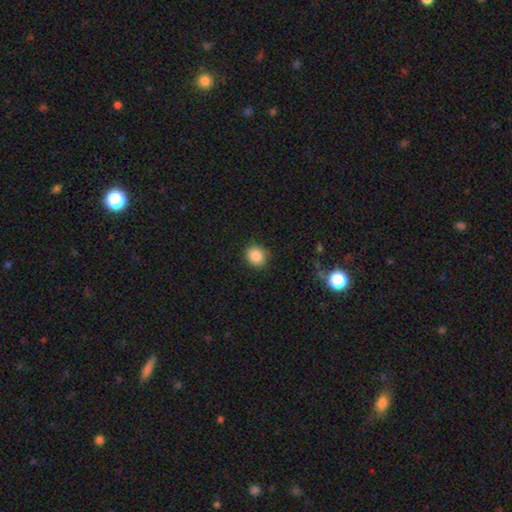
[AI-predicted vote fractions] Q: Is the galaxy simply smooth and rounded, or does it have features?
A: smooth — 86%.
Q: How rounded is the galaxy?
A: round — 70%.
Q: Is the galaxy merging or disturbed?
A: none — 88%.